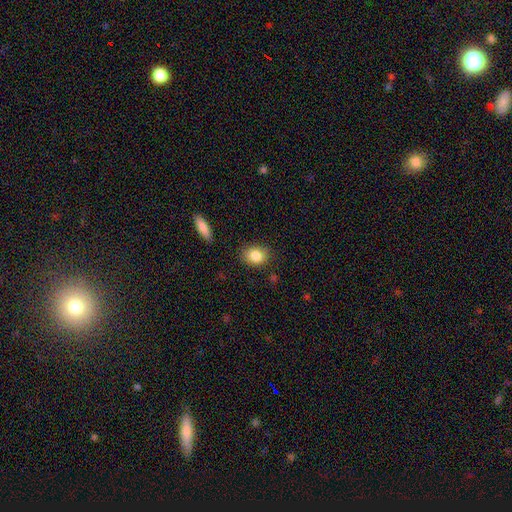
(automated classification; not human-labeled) The model was most divided on "how rounded": in between: 60%, round: 39%, cigar-shaped: 1%. More confident: smooth or featured — smooth (85%); merging — none (82%).